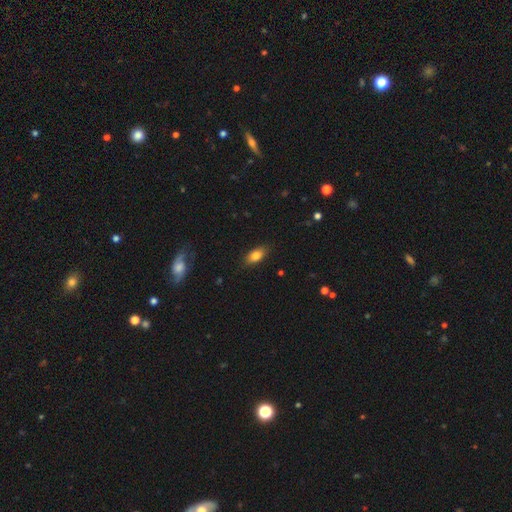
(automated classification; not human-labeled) A smooth galaxy with no disk features (82%) that is in between round and cigar-shaped (87%).

Vote fractions:
- Smooth or featured? smooth: 82% / featured or disk: 10% / star or artifact: 8%
- How rounded? in between: 87% / cigar-shaped: 7% / round: 6%
- Merging? none: 85% / minor disturbance: 12% / major disturbance: 3% / merger: 1%